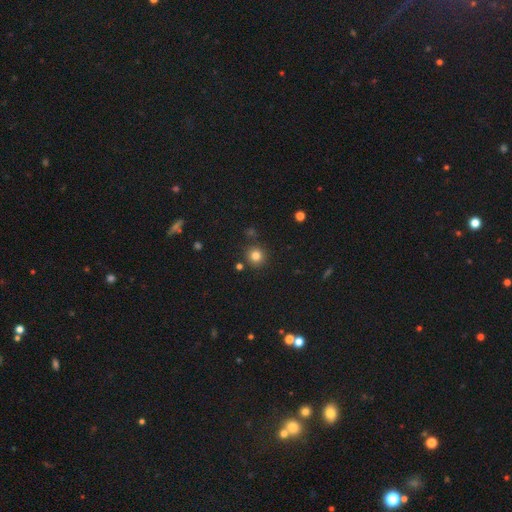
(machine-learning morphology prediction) This appears to be a smooth galaxy with no disk features (81%) that is round (92%). Merging: none (85%).